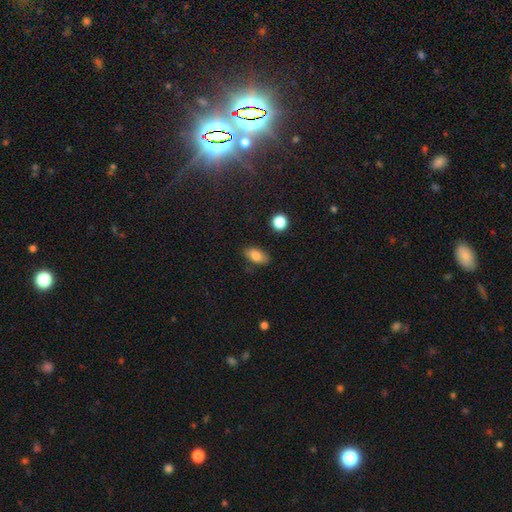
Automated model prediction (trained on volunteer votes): A smooth galaxy with no disk features (81%) that is in between round and cigar-shaped (88%). Merging: none (83%).